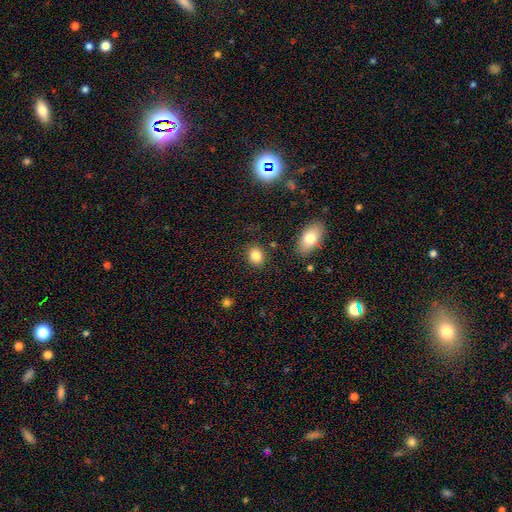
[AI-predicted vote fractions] smooth 84%, star or artifact 10%, featured or disk 7%. Down the decision tree: how rounded — in between (50%); merging — none (85%).